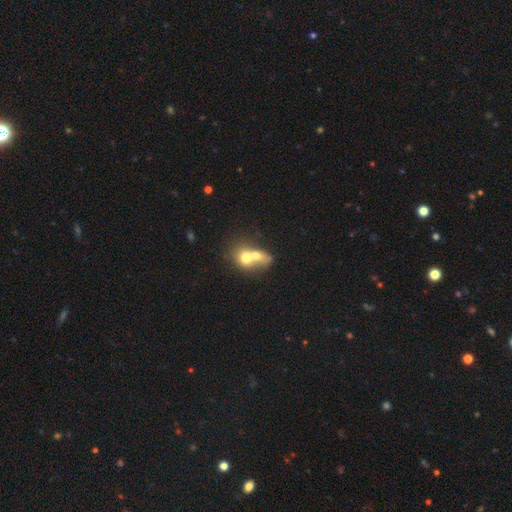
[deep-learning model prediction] smooth 64%, featured or disk 27%, star or artifact 9%. Down the decision tree: how rounded — round (52%); merging — merger (77%).